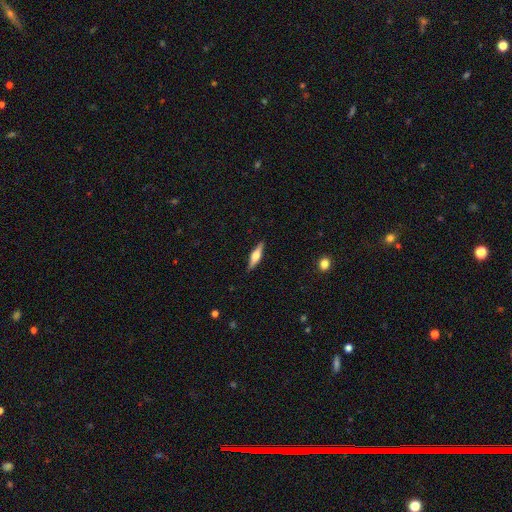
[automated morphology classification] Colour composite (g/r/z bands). It shows a featured or disk galaxy (55%) viewed edge-on (96%) with a rounded central bulge (89%). Merging: none (89%).